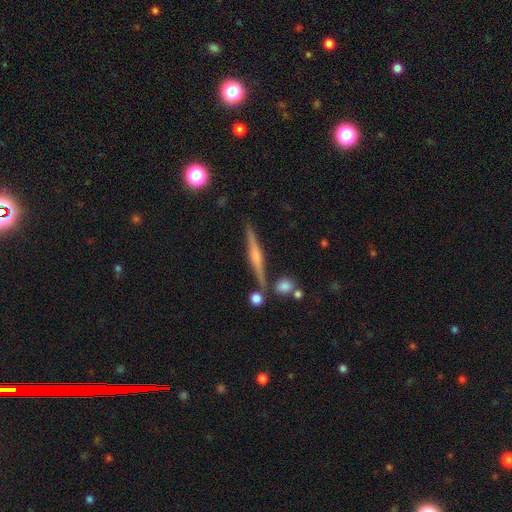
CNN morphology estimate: Smooth or featured: featured or disk — 74% (smooth — 19%)
Edge-on disk: yes — 98% (no — 2%)
Edge-on bulge: rounded — 76% (boxy — 14%)
Merging: none — 86% (minor disturbance — 8%)